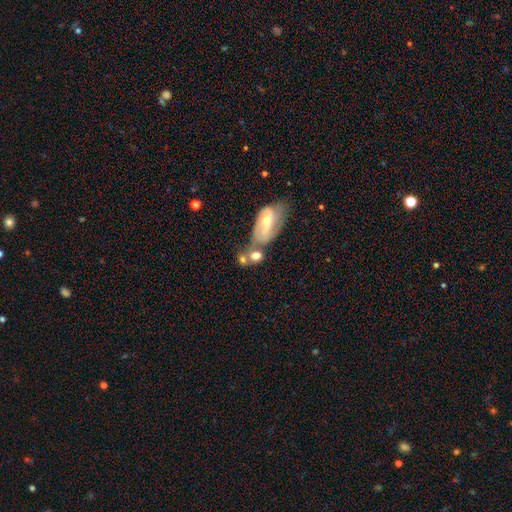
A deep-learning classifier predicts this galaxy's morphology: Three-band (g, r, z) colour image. It shows a smooth galaxy with no disk features (66%) that is in between round and cigar-shaped (56%). Merging: merger (46%).